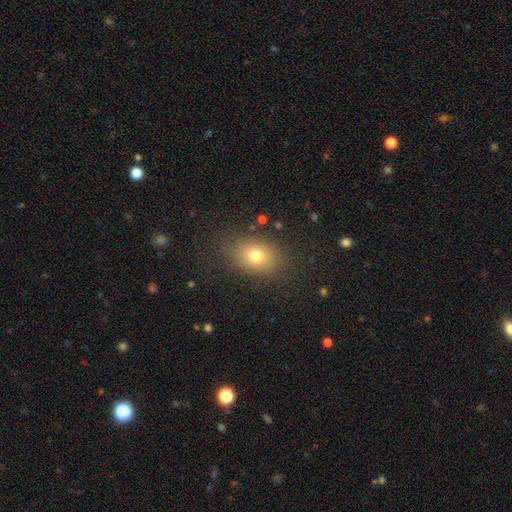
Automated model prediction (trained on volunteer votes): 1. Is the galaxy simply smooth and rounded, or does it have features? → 75% smooth, 14% star or artifact, 11% featured or disk.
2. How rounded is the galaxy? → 67% in between, 32% round, 1% cigar-shaped.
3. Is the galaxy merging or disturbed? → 83% none, 11% minor disturbance, 4% major disturbance, 1% merger.